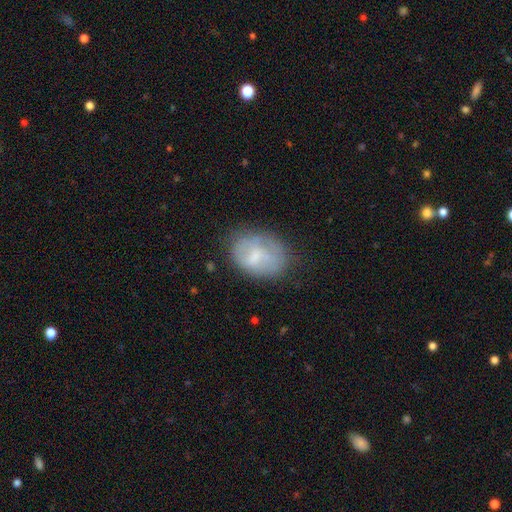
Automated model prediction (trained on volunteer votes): smooth 52%, featured or disk 40%, star or artifact 8%. Down the decision tree: how rounded — in between (74%); merging — none (63%).